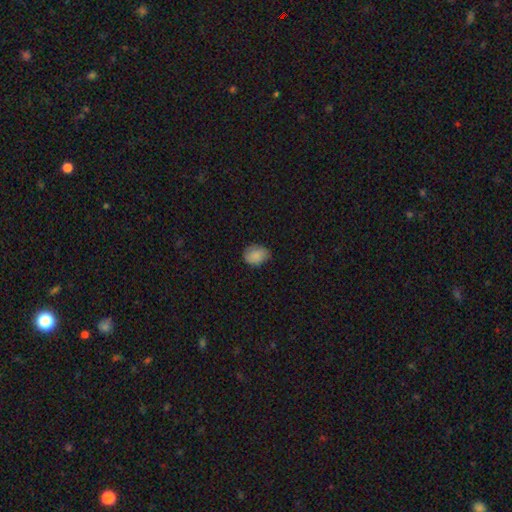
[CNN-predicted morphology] Smooth or featured? Predicted: smooth (p=0.85). How rounded? Predicted: in between (p=0.58). Merging? Predicted: none (p=0.68).